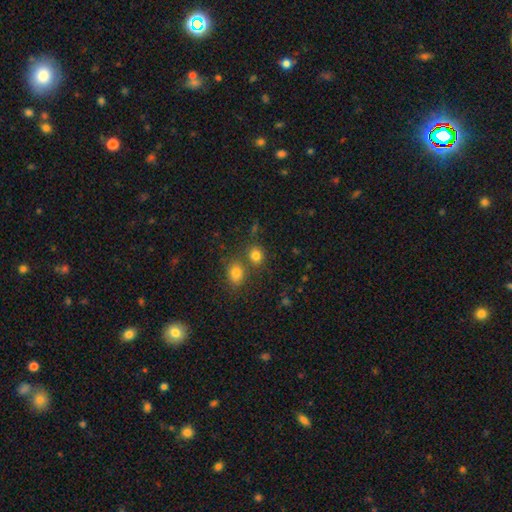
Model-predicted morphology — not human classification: Smooth or featured?
  - smooth: 80% *
  - star or artifact: 13%
  - featured or disk: 7%
How rounded?
  - round: 67% *
  - in between: 32%
  - cigar-shaped: 1%
Merging?
  - none: 62% *
  - merger: 25%
  - minor disturbance: 9%
  - major disturbance: 3%